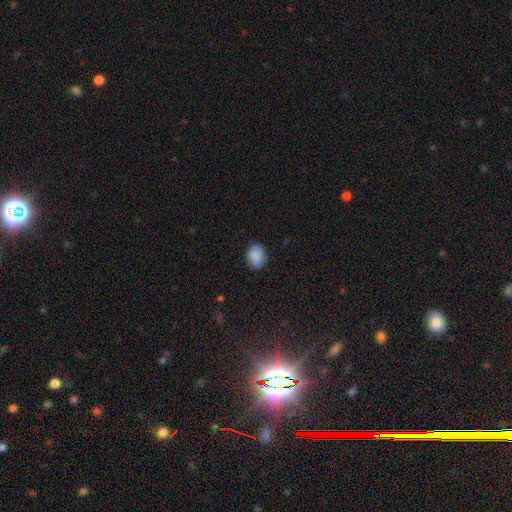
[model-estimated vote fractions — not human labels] Smooth or featured?
  - smooth: 87% *
  - star or artifact: 8%
  - featured or disk: 5%
How rounded?
  - in between: 56% *
  - round: 43%
  - cigar-shaped: 1%
Merging?
  - none: 80% *
  - minor disturbance: 16%
  - major disturbance: 3%
  - merger: 1%